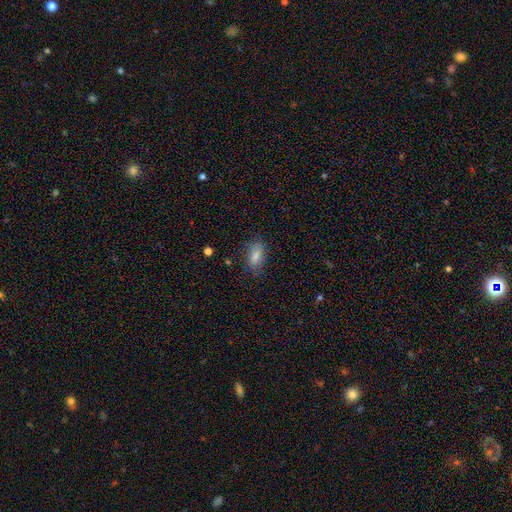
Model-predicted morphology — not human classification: A smooth galaxy with no disk features (79%) that is in between round and cigar-shaped (84%). Merging: none (74%).